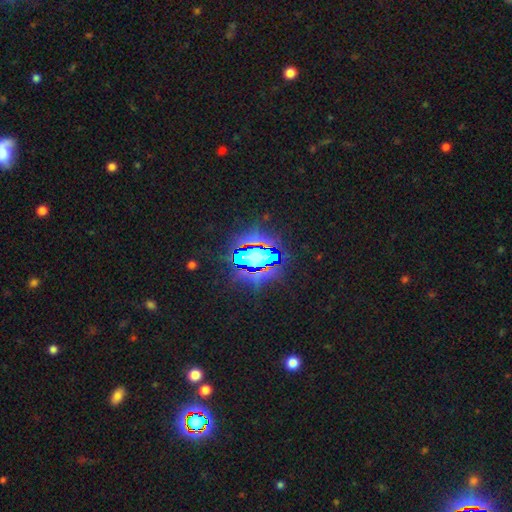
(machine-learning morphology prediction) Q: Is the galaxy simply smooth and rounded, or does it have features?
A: star or artifact — 66%.